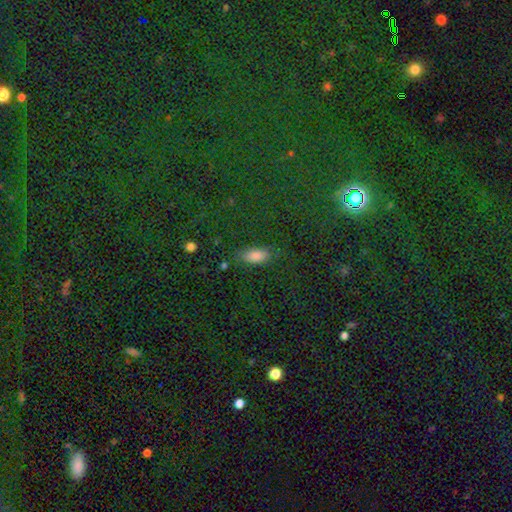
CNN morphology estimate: This appears to be a smooth galaxy with no disk features (78%) that is in between round and cigar-shaped (85%). Merging: none (79%).